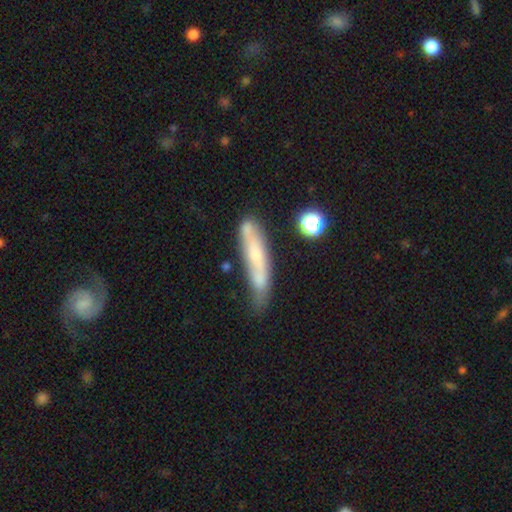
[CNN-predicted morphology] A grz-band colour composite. It shows a smooth galaxy with no disk features (47%). Merging: none (51%).